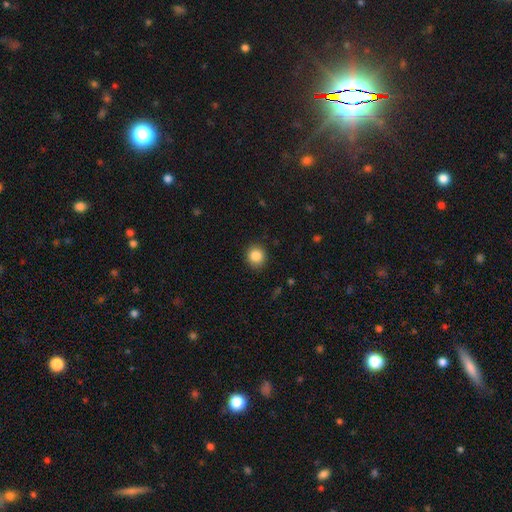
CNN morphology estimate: Overall: smooth (85%). How rounded: round (86%). Merging: none (90%).